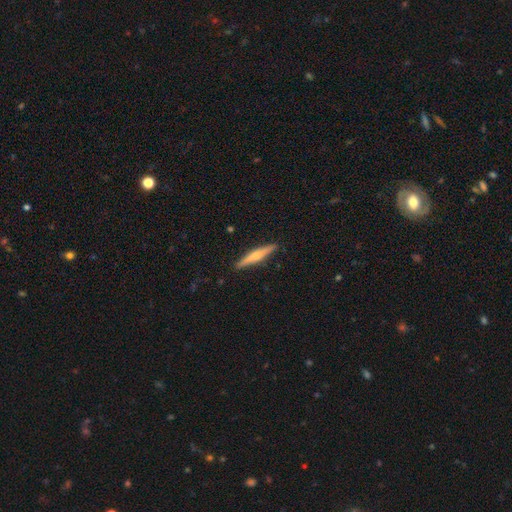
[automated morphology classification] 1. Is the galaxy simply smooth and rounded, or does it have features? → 50% featured or disk, 45% smooth, 6% star or artifact.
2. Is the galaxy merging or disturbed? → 91% none, 6% minor disturbance, 1% major disturbance, 1% merger.